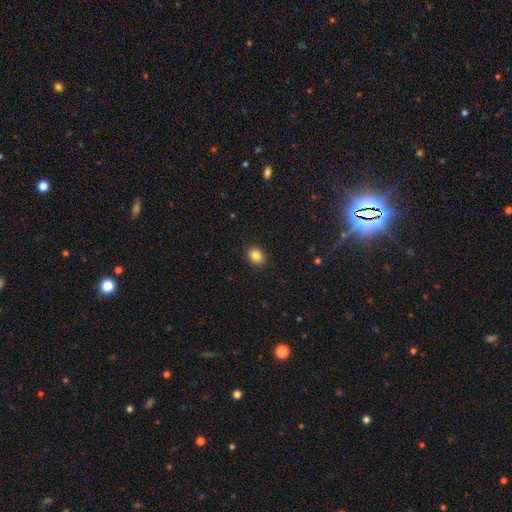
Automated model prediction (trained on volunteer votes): This is clearly a smooth galaxy (85%). How rounded: possibly in between (57%). Merging: clearly none (90%).